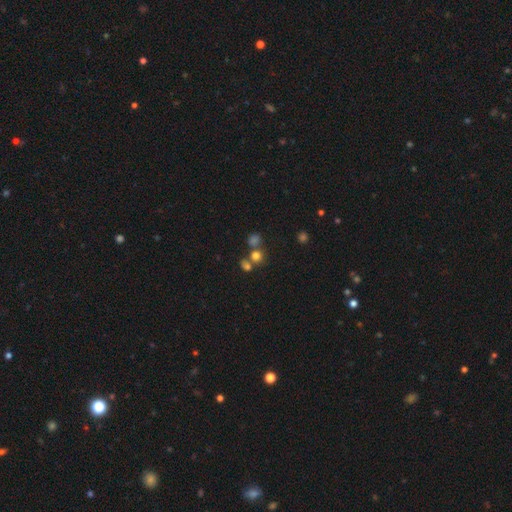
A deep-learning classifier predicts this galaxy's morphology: Overall: smooth (71%). How rounded: round (85%). Merging: none (56%; merger 31%).